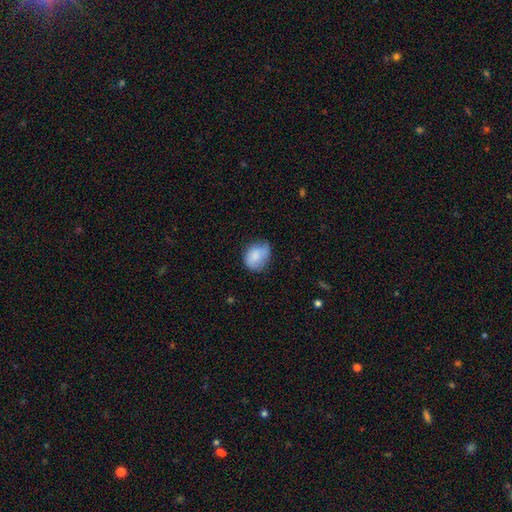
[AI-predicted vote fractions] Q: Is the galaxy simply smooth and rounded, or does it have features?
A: smooth — 81%.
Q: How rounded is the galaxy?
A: in between — 55%.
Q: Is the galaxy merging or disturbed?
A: none — 53%.